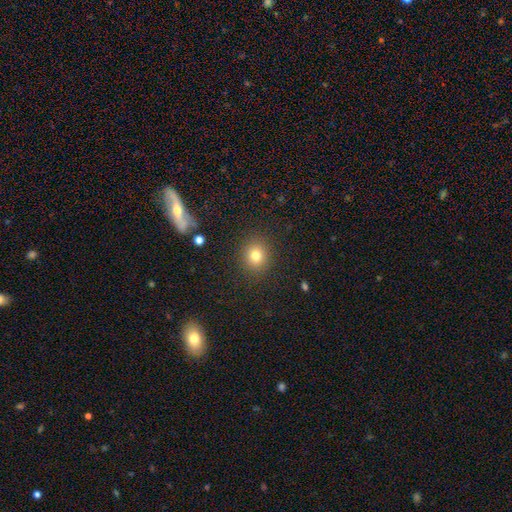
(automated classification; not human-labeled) smooth_or_featured: smooth (p=0.78) [alt: star or artifact p=0.14]
how_rounded: round (p=0.76) [alt: in between p=0.23]
merging: none (p=0.88) [alt: minor disturbance p=0.07]